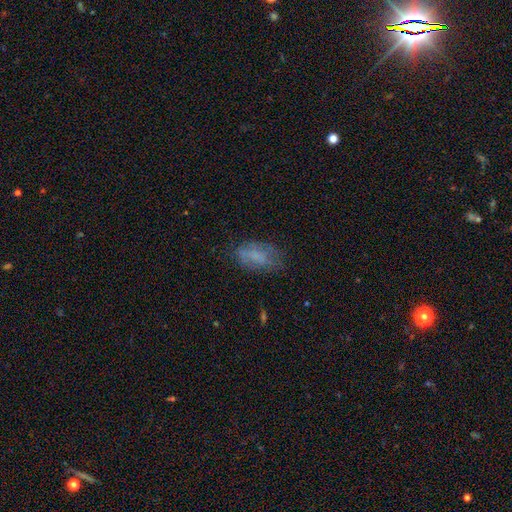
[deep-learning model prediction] This is likely a smooth galaxy (62%). How rounded: clearly in between (91%). Merging: likely none (62%).